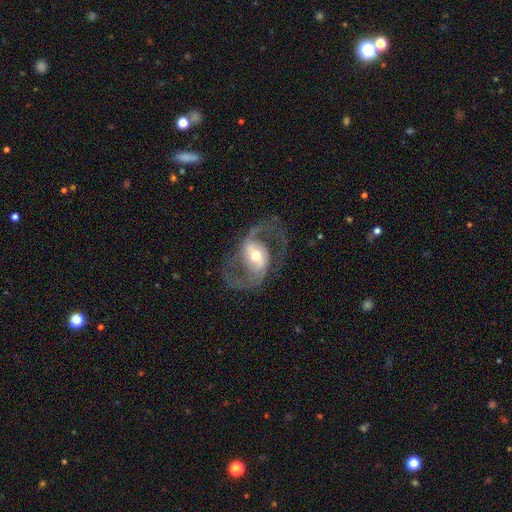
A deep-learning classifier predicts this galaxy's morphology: Q: Smooth or featured?
A: featured or disk (88%); runner-up: smooth (7%)
Q: Edge-on disk?
A: no (97%); runner-up: yes (3%)
Q: Bar?
A: weak (41%); runner-up: no (31%)
Q: Spiral arms?
A: yes (94%); runner-up: no (6%)
Q: Spiral winding?
A: medium (54%); runner-up: loose (35%)
Q: Spiral arm count?
A: 2 (92%); runner-up: can't tell (3%)
Q: Bulge size?
A: moderate (68%); runner-up: small (18%)
Q: Merging?
A: none (73%); runner-up: major disturbance (13%)